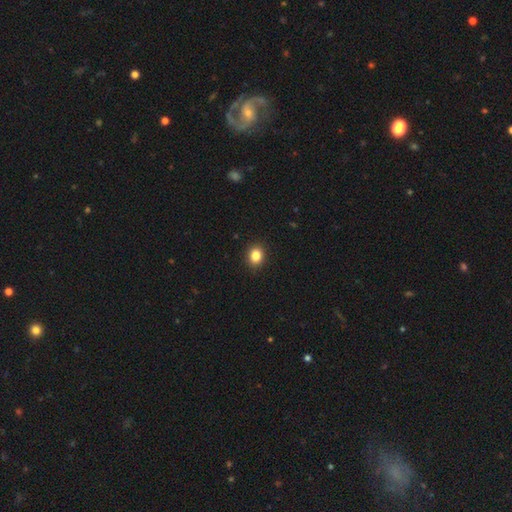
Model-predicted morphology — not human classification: smooth 84%, star or artifact 11%, featured or disk 5%. Down the decision tree: how rounded — round (59%); merging — none (91%).